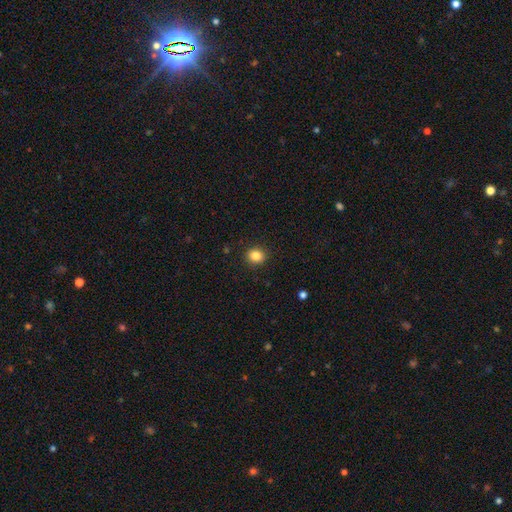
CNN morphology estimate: This is clearly a smooth galaxy (85%). How rounded: likely round (78%). Merging: clearly none (91%).